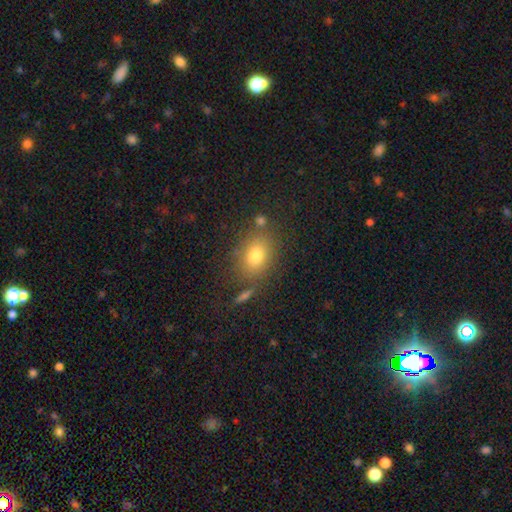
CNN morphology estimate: This appears to be a smooth galaxy with no disk features (77%) that is in between round and cigar-shaped (61%). Merging: none (74%).